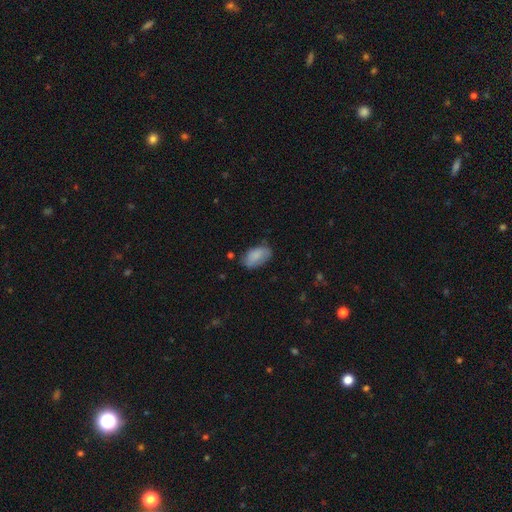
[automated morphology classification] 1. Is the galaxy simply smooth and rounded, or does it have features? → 85% smooth, 8% featured or disk, 7% star or artifact.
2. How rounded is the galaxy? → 94% in between, 5% round, 2% cigar-shaped.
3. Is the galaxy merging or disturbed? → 68% none, 25% minor disturbance, 6% major disturbance, 2% merger.